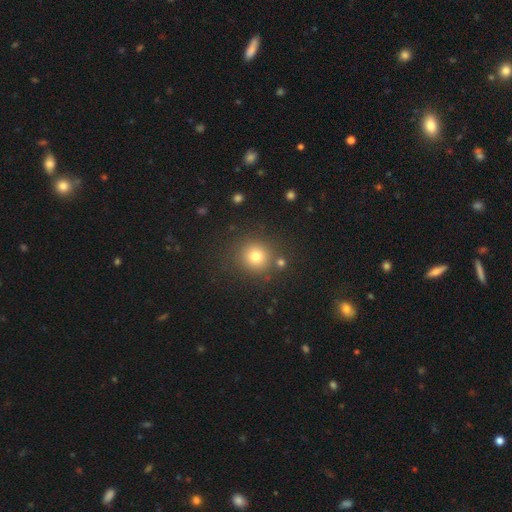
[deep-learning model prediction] Smooth or featured: smooth — 77% (star or artifact — 15%)
How rounded: round — 92% (in between — 7%)
Merging: none — 84% (minor disturbance — 8%)